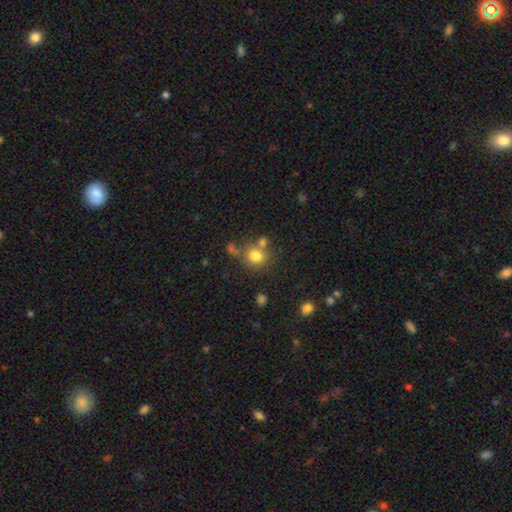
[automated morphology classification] Smooth or featured? Predicted: smooth (p=0.79). How rounded? Predicted: round (p=0.83). Merging? Predicted: none (p=0.62).